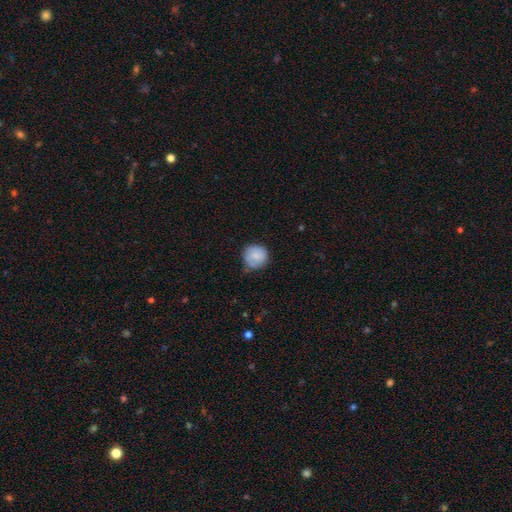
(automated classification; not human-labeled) smooth-or-featured: smooth: 80% | featured or disk: 13% | star or artifact: 7%
  how-rounded: round: 91% | in between: 8% | cigar-shaped: 1%
  merging: none: 64% | minor disturbance: 28% | major disturbance: 6% | merger: 3%